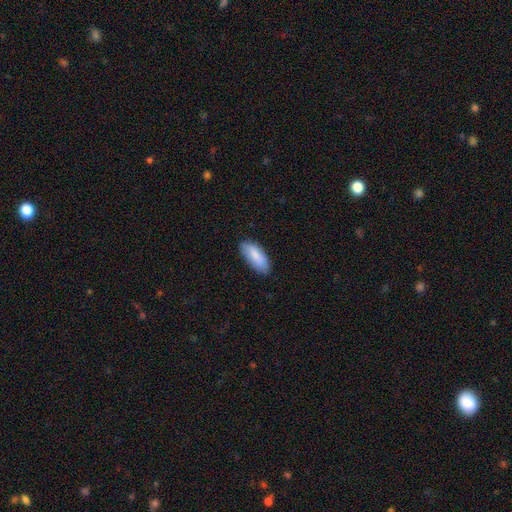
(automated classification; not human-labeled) A smooth galaxy with no disk features (85%) that is in between round and cigar-shaped (82%).

Vote fractions:
- Smooth or featured? smooth: 85% / featured or disk: 10% / star or artifact: 6%
- How rounded? in between: 82% / cigar-shaped: 17% / round: 2%
- Merging? none: 83% / minor disturbance: 14% / major disturbance: 2% / merger: 1%